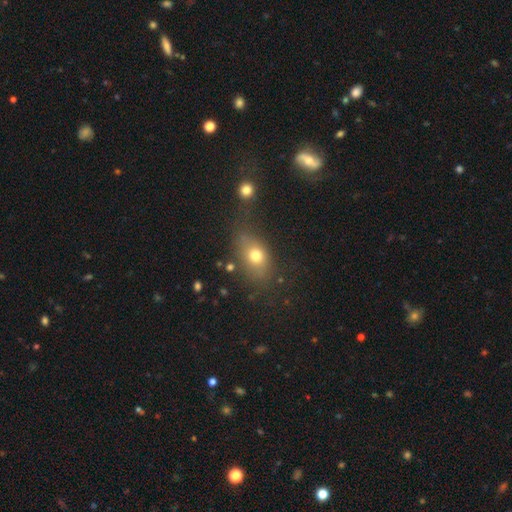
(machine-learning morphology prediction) Smooth or featured?
  - smooth: 73% *
  - featured or disk: 15%
  - star or artifact: 13%
How rounded?
  - in between: 68% *
  - round: 28%
  - cigar-shaped: 4%
Merging?
  - none: 64% *
  - minor disturbance: 19%
  - major disturbance: 10%
  - merger: 7%